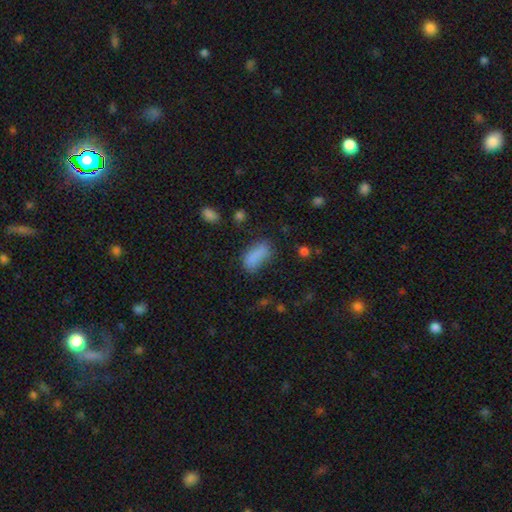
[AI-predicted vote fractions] Smooth or featured: smooth — 82% (star or artifact — 10%)
How rounded: in between — 86% (cigar-shaped — 10%)
Merging: none — 55% (minor disturbance — 26%)